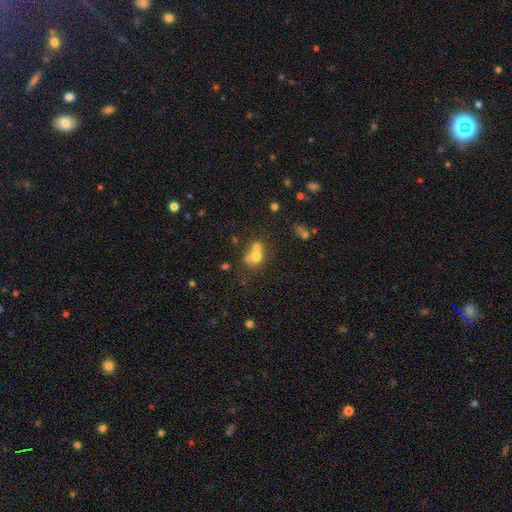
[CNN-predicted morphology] smooth 66%, featured or disk 21%, star or artifact 13%. Down the decision tree: how rounded — round (64%); merging — merger (58%).